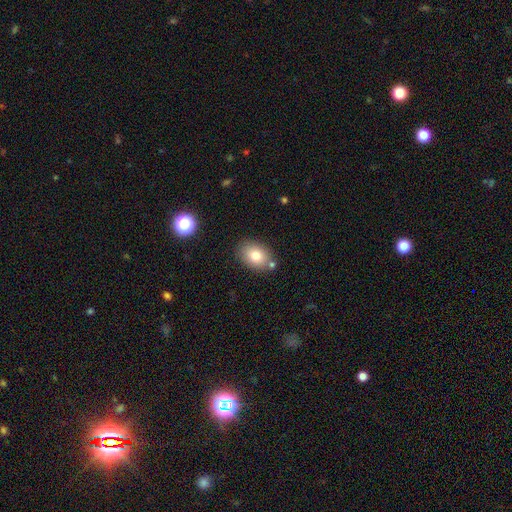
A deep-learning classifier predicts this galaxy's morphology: This appears to be a smooth galaxy with no disk features (79%) that is in between round and cigar-shaped (73%). Merging: none (77%).